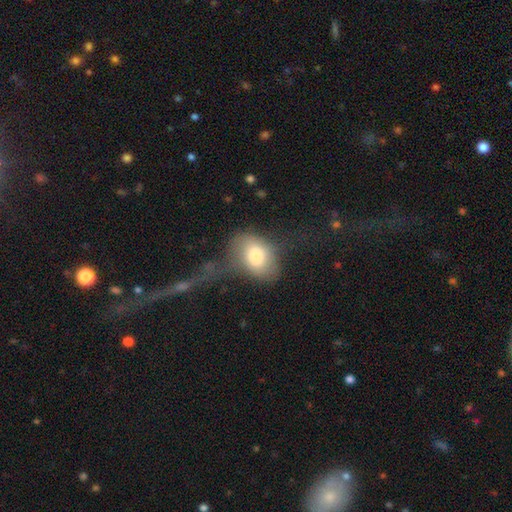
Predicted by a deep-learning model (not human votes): smooth_or_featured: smooth (p=0.74) [alt: featured or disk p=0.19]
how_rounded: in between (p=0.73) [alt: round p=0.25]
merging: major disturbance (p=0.39) [alt: none p=0.29]